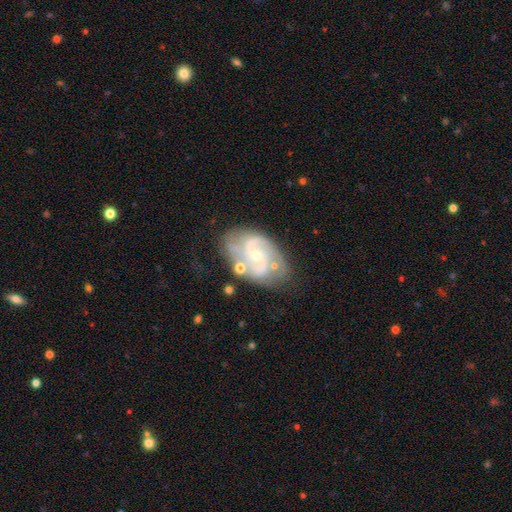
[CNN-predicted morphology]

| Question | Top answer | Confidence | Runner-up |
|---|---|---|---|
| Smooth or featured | featured or disk | 84% | smooth (9%) |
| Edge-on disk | no | 97% | yes (3%) |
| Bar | no | 57% | weak (35%) |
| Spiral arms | yes | 94% | no (6%) |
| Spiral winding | medium | 49% | tight (36%) |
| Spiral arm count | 2 | 66% | can't tell (14%) |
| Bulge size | small | 63% | moderate (33%) |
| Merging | none | 60% | minor disturbance (22%) |